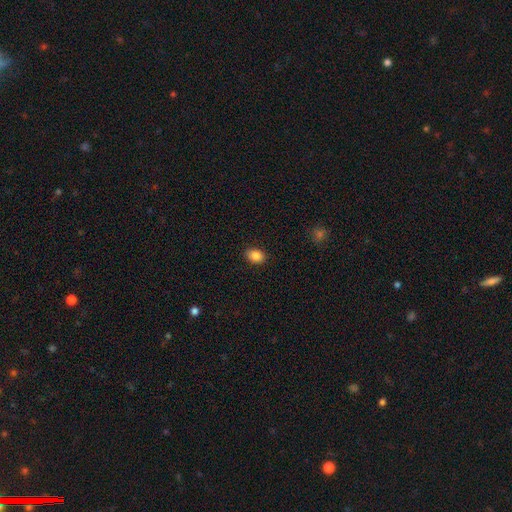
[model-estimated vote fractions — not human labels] Q: Smooth or featured?
A: smooth (87%); runner-up: star or artifact (9%)
Q: How rounded?
A: in between (75%); runner-up: round (24%)
Q: Merging?
A: none (89%); runner-up: minor disturbance (8%)